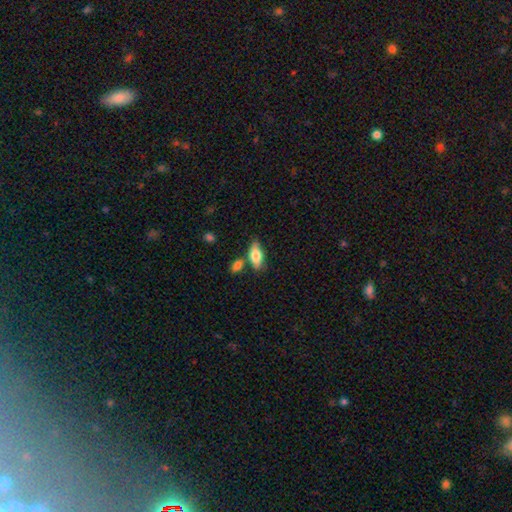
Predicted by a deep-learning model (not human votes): A smooth galaxy with no disk features (68%) that is in between round and cigar-shaped (76%).

Vote fractions:
- Smooth or featured? smooth: 68% / featured or disk: 25% / star or artifact: 7%
- How rounded? in between: 76% / cigar-shaped: 20% / round: 4%
- Merging? none: 67% / minor disturbance: 15% / merger: 14% / major disturbance: 4%